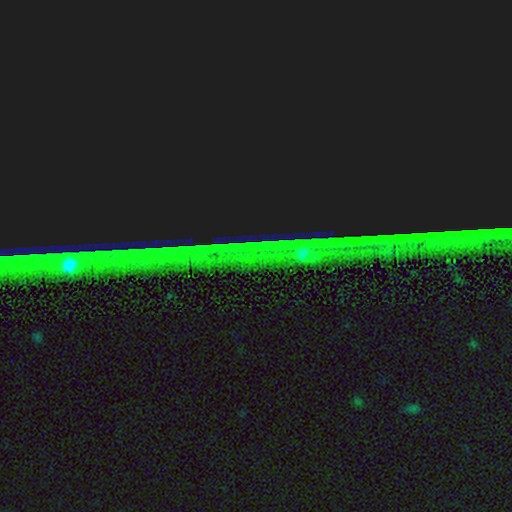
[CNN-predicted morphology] The model was most divided on "smooth or featured": star or artifact: 87%, featured or disk: 7%, smooth: 5%.